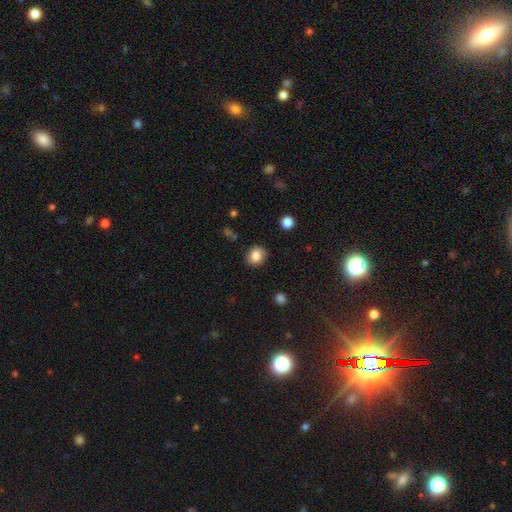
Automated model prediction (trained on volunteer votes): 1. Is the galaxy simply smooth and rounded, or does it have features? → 83% smooth, 10% star or artifact, 7% featured or disk.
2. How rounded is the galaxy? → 75% round, 24% in between, 1% cigar-shaped.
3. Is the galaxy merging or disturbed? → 87% none, 9% minor disturbance, 2% major disturbance, 1% merger.